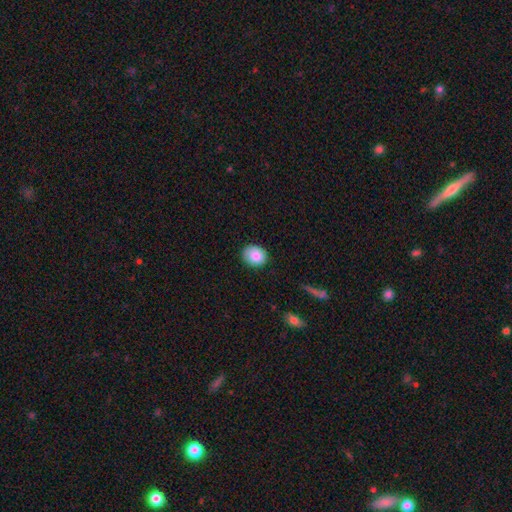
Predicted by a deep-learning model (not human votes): smooth-or-featured: smooth: 87% | star or artifact: 8% | featured or disk: 6%
  how-rounded: round: 65% | in between: 34% | cigar-shaped: 1%
  merging: none: 84% | minor disturbance: 13% | major disturbance: 2% | merger: 1%